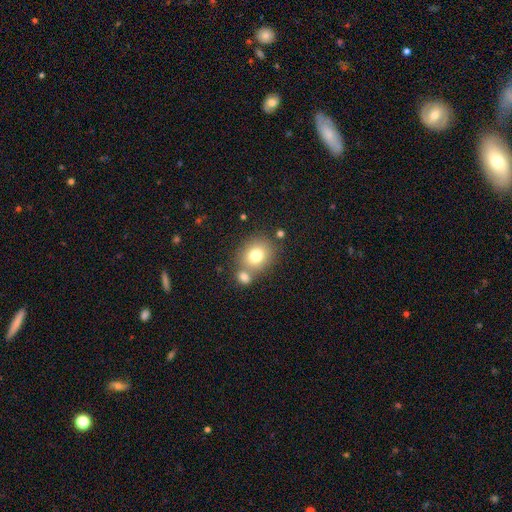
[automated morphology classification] smooth-or-featured: smooth: 77% | featured or disk: 12% | star or artifact: 11%
  how-rounded: round: 67% | in between: 32% | cigar-shaped: 1%
  merging: none: 58% | merger: 28% | minor disturbance: 10% | major disturbance: 4%